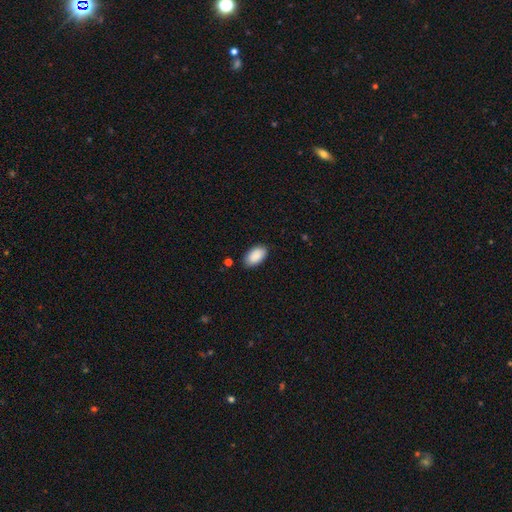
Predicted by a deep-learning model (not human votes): This appears to be a smooth galaxy with no disk features (90%) that is in between round and cigar-shaped (95%). Merging: none (86%).